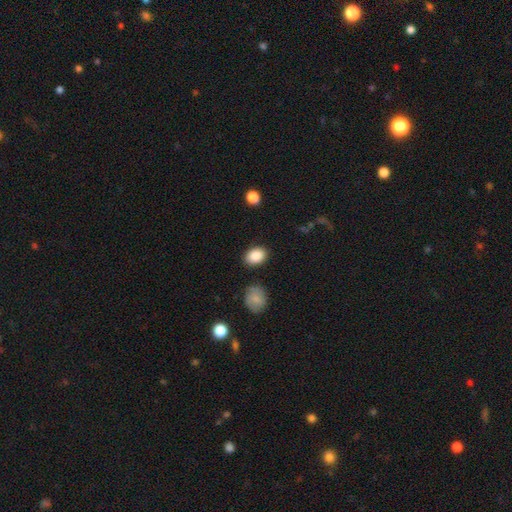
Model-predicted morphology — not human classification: This is clearly a smooth galaxy (89%). How rounded: likely in between (78%). Merging: clearly none (85%).